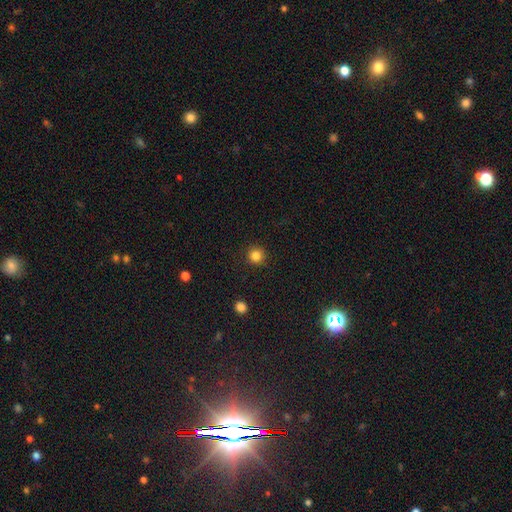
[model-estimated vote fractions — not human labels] Smooth or featured?
  - smooth: 84% *
  - star or artifact: 12%
  - featured or disk: 4%
How rounded?
  - round: 94% *
  - in between: 5%
  - cigar-shaped: 1%
Merging?
  - none: 91% *
  - minor disturbance: 6%
  - major disturbance: 2%
  - merger: 1%